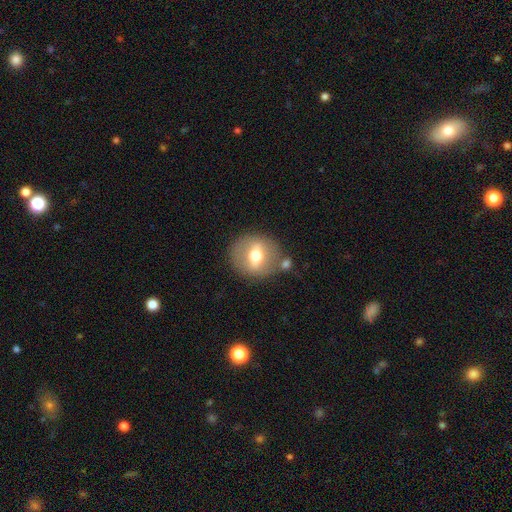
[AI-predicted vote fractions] A smooth galaxy with no disk features (49%).

Vote fractions:
- Smooth or featured? smooth: 49% / featured or disk: 43% / star or artifact: 8%
- Merging? none: 75% / minor disturbance: 12% / merger: 8% / major disturbance: 5%